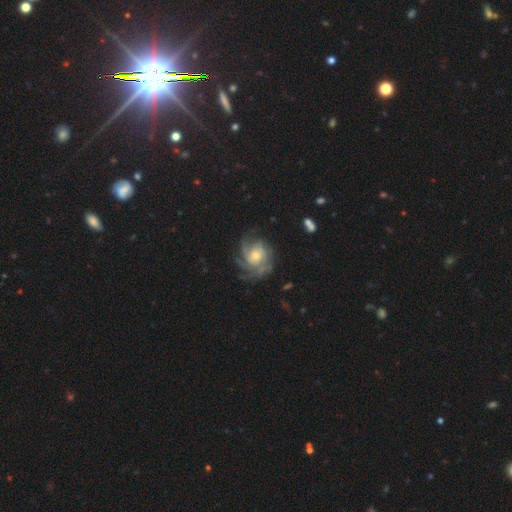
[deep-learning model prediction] Overall: featured or disk (83%). Edge-on disk: no (98%). Bar: no (75%). Spiral arms: yes (96%). Spiral arm count: 3 (27%; can't tell 26%). Spiral winding: tight (55%; medium 35%). Bulge size: moderate (55%; small 32%). Merging: none (67%).